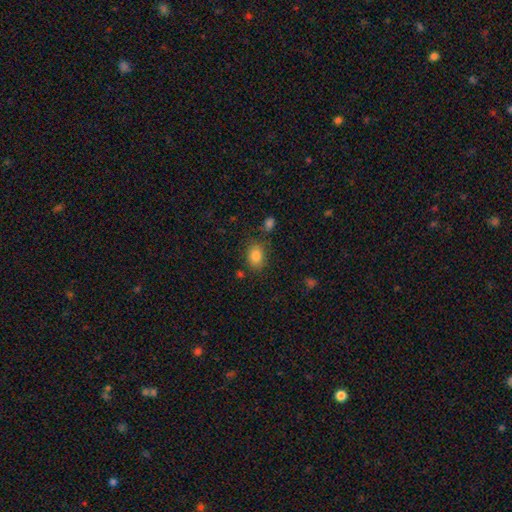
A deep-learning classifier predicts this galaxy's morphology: type=smooth (85%); roundness=in between (73%); merging=none (76%).